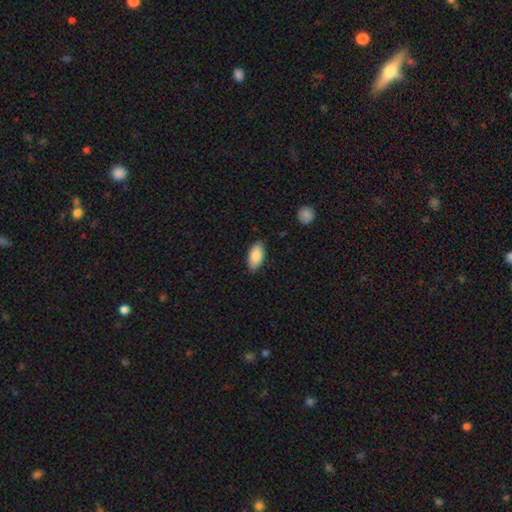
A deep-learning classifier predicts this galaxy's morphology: Smooth or featured? Predicted: smooth (p=0.85). How rounded? Predicted: in between (p=0.90). Merging? Predicted: none (p=0.86).